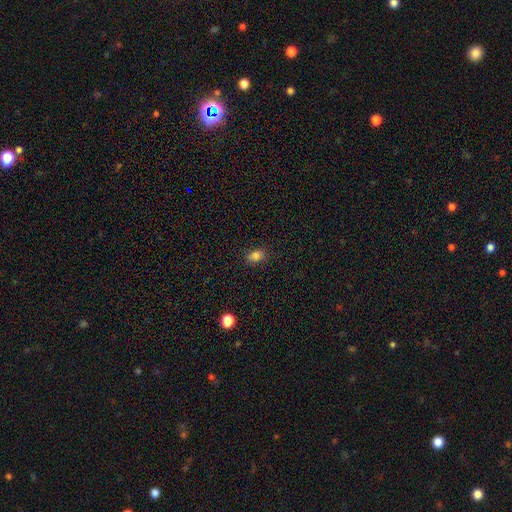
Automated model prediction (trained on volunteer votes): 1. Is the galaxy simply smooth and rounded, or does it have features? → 82% smooth, 12% star or artifact, 6% featured or disk.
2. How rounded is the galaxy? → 72% in between, 26% round, 2% cigar-shaped.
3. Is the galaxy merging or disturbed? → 86% none, 10% minor disturbance, 2% major disturbance, 1% merger.